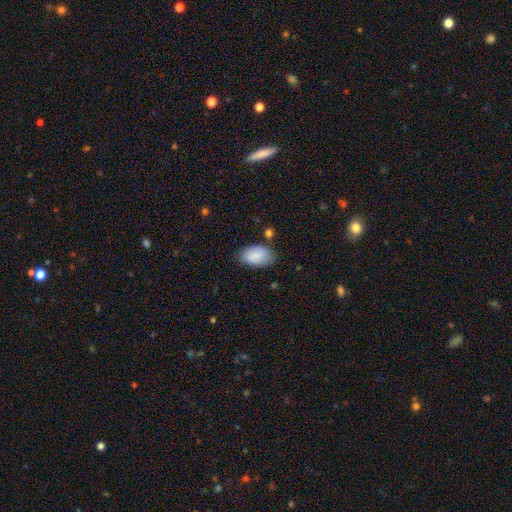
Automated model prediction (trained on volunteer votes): Smooth or featured? Predicted: smooth (p=0.82). How rounded? Predicted: in between (p=0.93). Merging? Predicted: none (p=0.71).